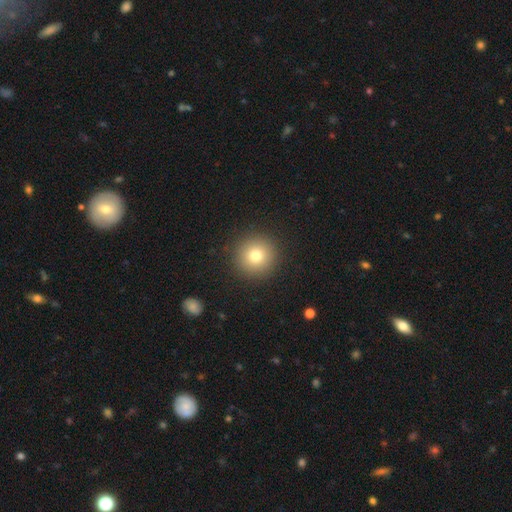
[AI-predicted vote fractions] smooth-or-featured: smooth: 78% | star or artifact: 12% | featured or disk: 10%
  how-rounded: round: 95% | in between: 4% | cigar-shaped: 1%
  merging: none: 92% | minor disturbance: 5% | major disturbance: 2% | merger: 1%